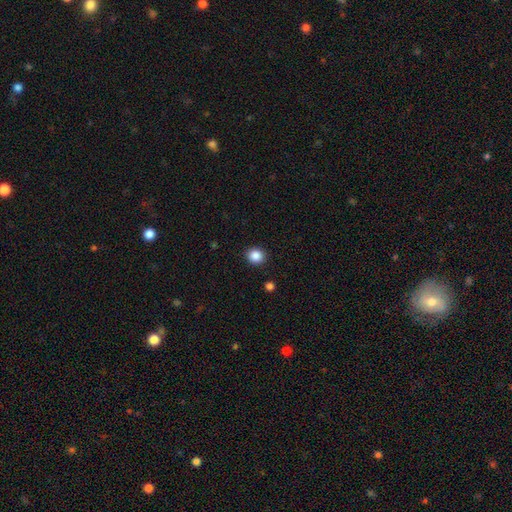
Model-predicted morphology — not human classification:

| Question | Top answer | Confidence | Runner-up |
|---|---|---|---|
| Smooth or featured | smooth | 87% | star or artifact (10%) |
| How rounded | round | 81% | in between (18%) |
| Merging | none | 91% | minor disturbance (6%) |